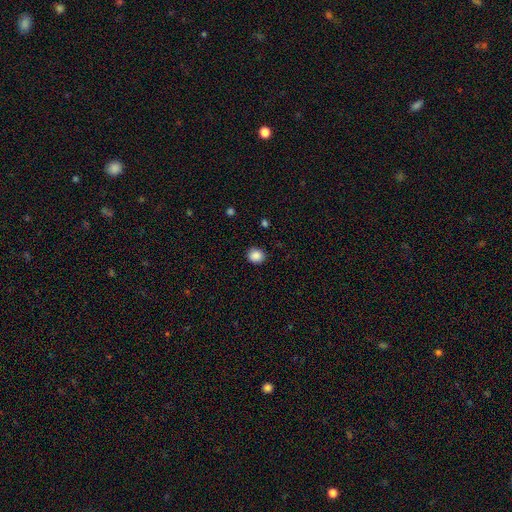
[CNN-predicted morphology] The model was most divided on "how rounded": round: 80%, in between: 19%, cigar-shaped: 1%. More confident: merging — none (90%); smooth or featured — smooth (88%).